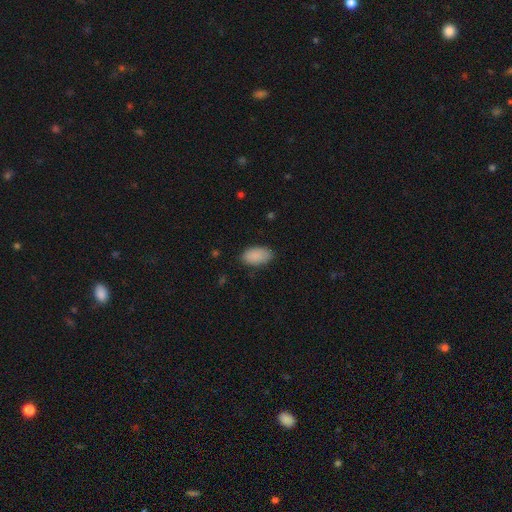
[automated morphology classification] A smooth galaxy with no disk features (89%) that is in between round and cigar-shaped (94%). Merging: none (83%).